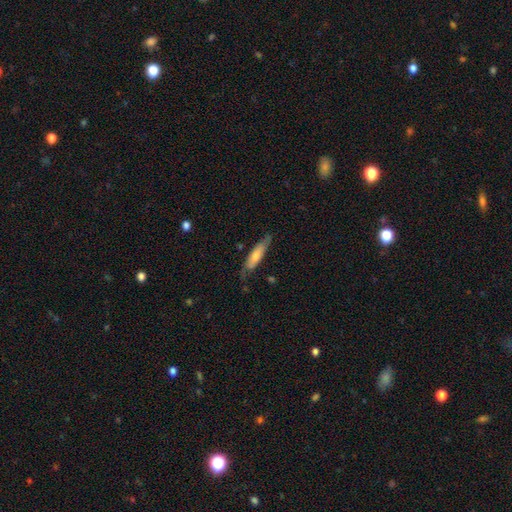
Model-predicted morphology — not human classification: The model was most divided on "smooth or featured": smooth: 63%, featured or disk: 32%, star or artifact: 5%. More confident: how rounded — cigar-shaped (69%); merging — none (67%).